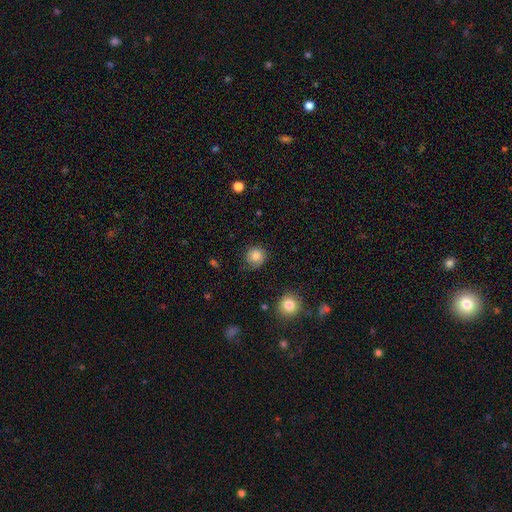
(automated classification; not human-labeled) smooth 77%, featured or disk 13%, star or artifact 9%. Down the decision tree: how rounded — round (85%); merging — none (67%).